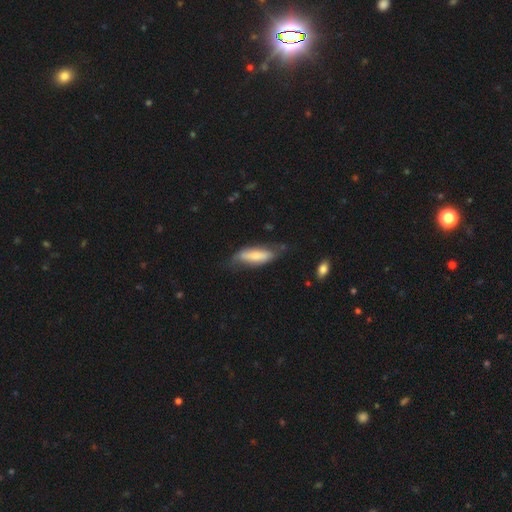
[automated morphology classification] type=smooth (67%); roundness=in between (56%); merging=none (55%).